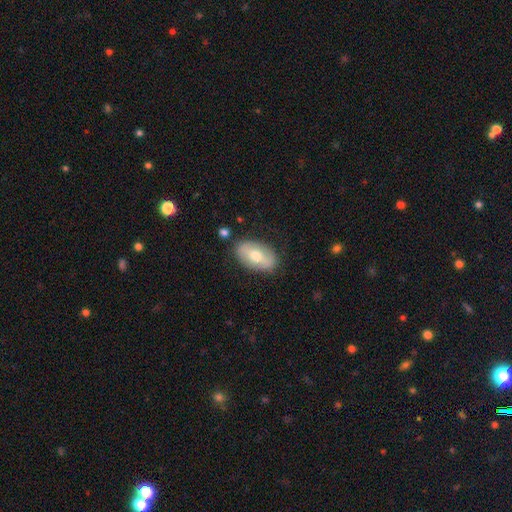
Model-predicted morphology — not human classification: smooth_or_featured: smooth (p=0.56) [alt: featured or disk p=0.38]
how_rounded: in between (p=0.91) [alt: round p=0.06]
merging: none (p=0.82) [alt: minor disturbance p=0.13]